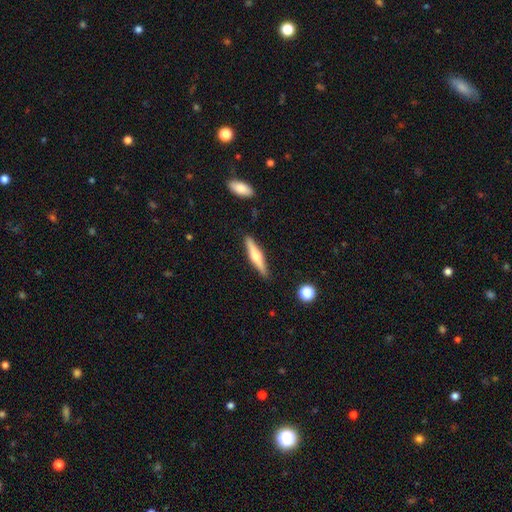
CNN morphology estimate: Overall: featured or disk (54%; smooth 41%). Edge-on disk: yes (96%). Edge-on bulge: rounded (87%). Merging: none (89%).